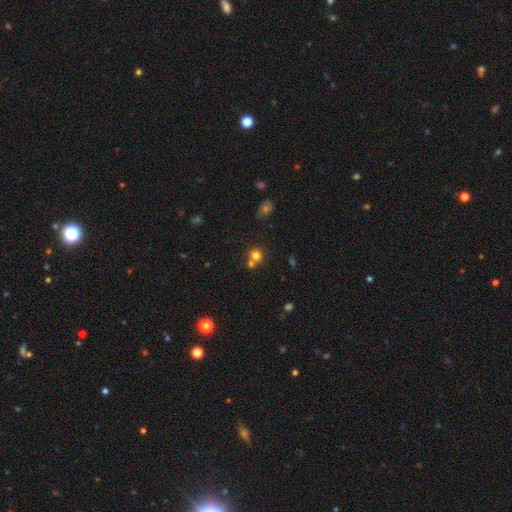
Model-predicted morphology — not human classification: Smooth or featured?
  - smooth: 75% *
  - star or artifact: 15%
  - featured or disk: 10%
How rounded?
  - round: 87% *
  - in between: 12%
  - cigar-shaped: 1%
Merging?
  - none: 55% *
  - merger: 35%
  - minor disturbance: 7%
  - major disturbance: 3%